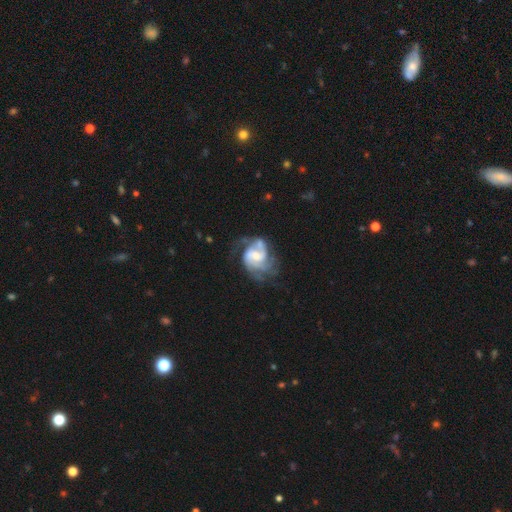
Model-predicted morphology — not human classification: This appears to be a featured or disk galaxy (83%) with no bar (46%), 2 (40%) medium (45%) spiral arms (93%) and a moderate central bulge (47%). Merging: none (46%).